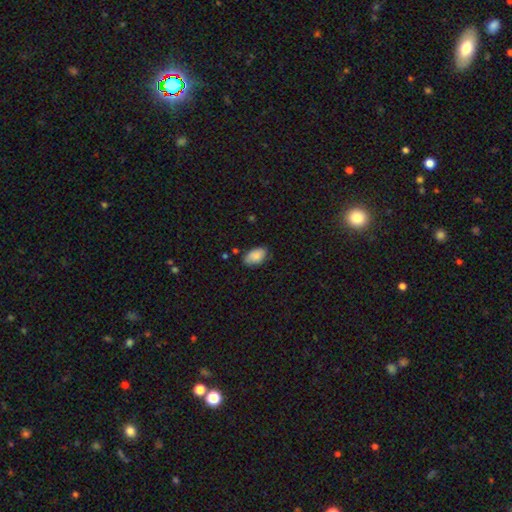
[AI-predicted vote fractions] A smooth galaxy with no disk features (85%) that is in between round and cigar-shaped (93%). Merging: none (71%).